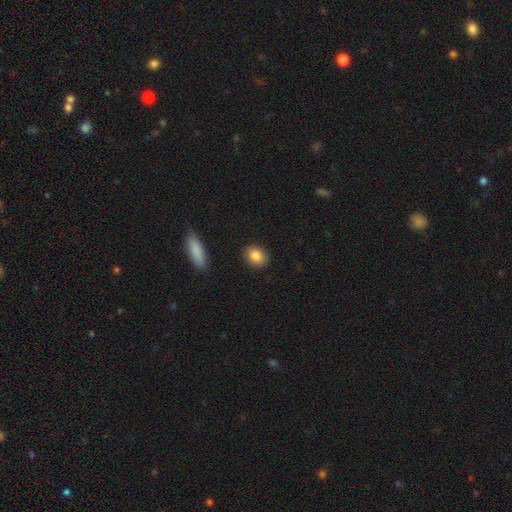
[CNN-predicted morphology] A smooth galaxy with no disk features (86%) that is in between round and cigar-shaped (59%). Merging: none (89%).